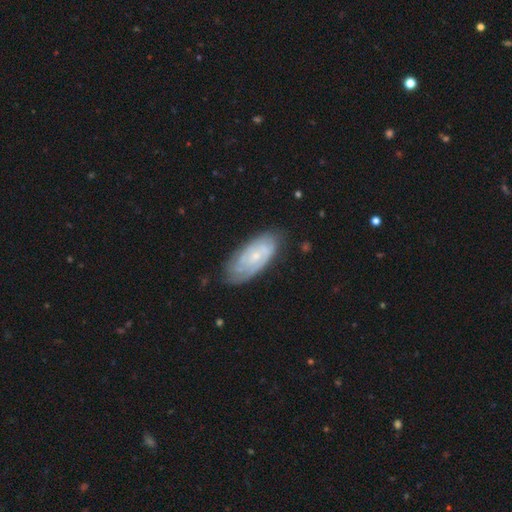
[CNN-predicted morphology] Smooth or featured?
  - featured or disk: 67% *
  - smooth: 26%
  - star or artifact: 7%
Edge-on disk?
  - no: 92% *
  - yes: 8%
Bar?
  - no: 69% *
  - weak: 27%
  - strong: 5%
Spiral arms?
  - yes: 86% *
  - no: 14%
Spiral winding?
  - tight: 66% *
  - medium: 26%
  - loose: 8%
Spiral arm count?
  - can't tell: 52% *
  - 2: 25%
  - 3: 10%
  - 4: 6%
  - 1: 4%
  - more than 4: 3%
Bulge size?
  - small: 73% *
  - moderate: 21%
  - none: 4%
  - large: 1%
  - dominant: 1%
Merging?
  - none: 75% *
  - minor disturbance: 19%
  - major disturbance: 5%
  - merger: 1%